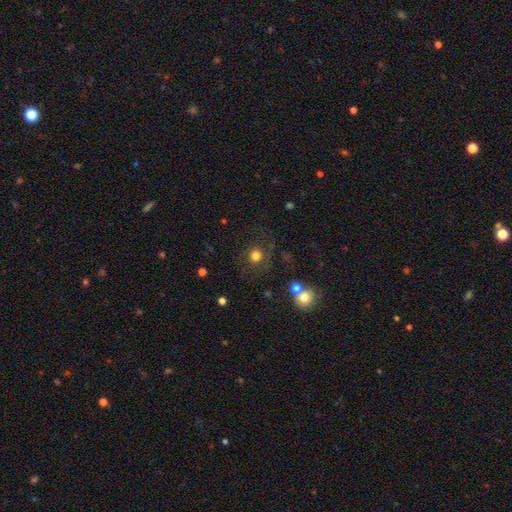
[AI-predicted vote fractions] Smooth or featured? Predicted: smooth (p=0.75). How rounded? Predicted: round (p=0.92). Merging? Predicted: none (p=0.75).